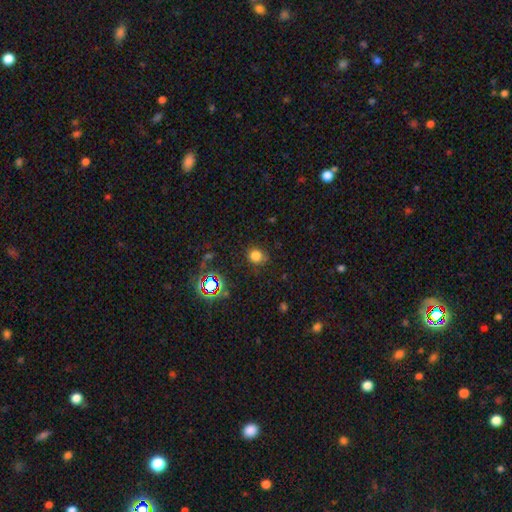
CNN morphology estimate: Smooth or featured?
  - smooth: 75% *
  - star or artifact: 19%
  - featured or disk: 6%
How rounded?
  - round: 77% *
  - in between: 22%
  - cigar-shaped: 1%
Merging?
  - none: 80% *
  - minor disturbance: 14%
  - major disturbance: 5%
  - merger: 2%